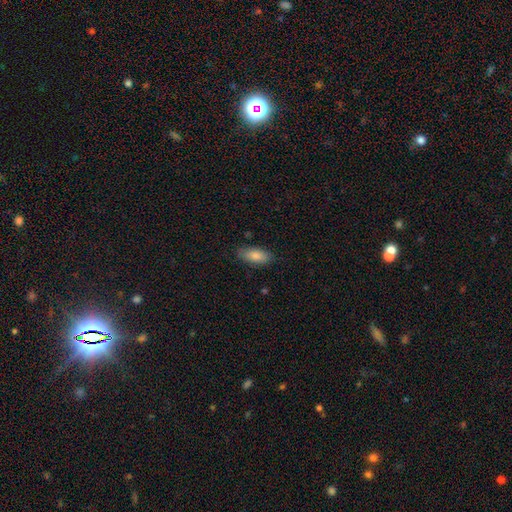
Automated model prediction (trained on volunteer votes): This appears to be a smooth galaxy with no disk features (84%) that is in between round and cigar-shaped (84%). Merging: none (84%).